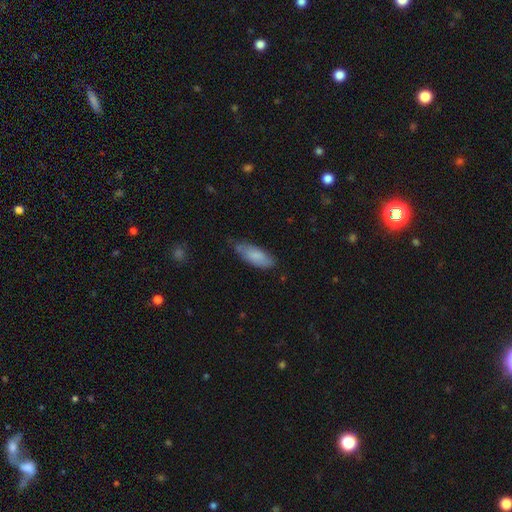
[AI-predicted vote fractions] A smooth galaxy with no disk features (81%) that is in between round and cigar-shaped (69%). Merging: none (66%).